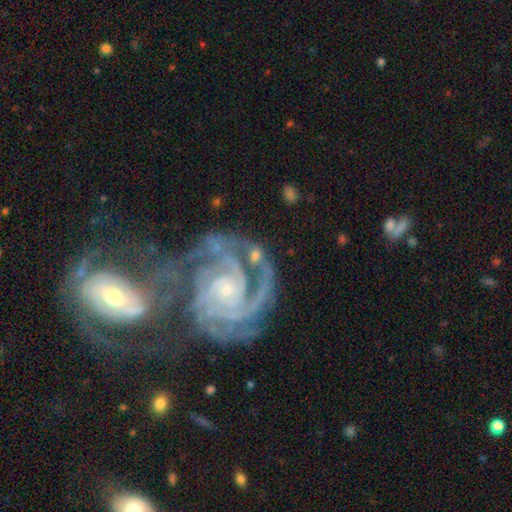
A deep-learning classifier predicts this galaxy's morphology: smooth-or-featured: featured or disk: 89% | smooth: 6% | star or artifact: 6%
  disk-edge-on: no: 98% | yes: 2%
    bar: no: 68% | weak: 22% | strong: 10%
    has-spiral-arms: yes: 98% | no: 2%
      spiral-winding: tight: 66% | medium: 29% | loose: 5%
      spiral-arm-count: 2: 33% | 3: 30% | can't tell: 12% | 4: 11% | more than 4: 7% | 1: 7%
    bulge-size: small: 76% | moderate: 17% | none: 4% | large: 2% | dominant: 1%
  merging: none: 51% | minor disturbance: 18% | merger: 17% | major disturbance: 15%